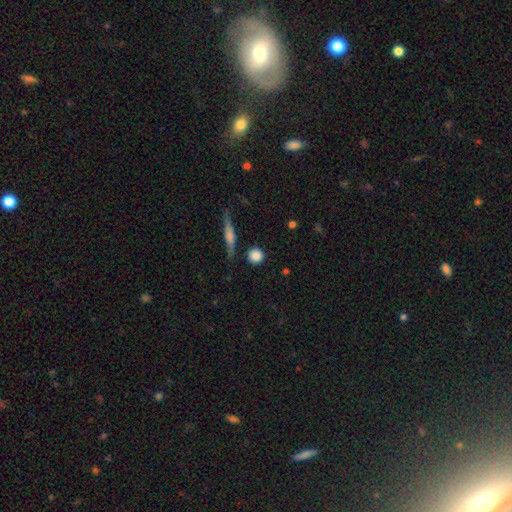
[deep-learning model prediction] A smooth galaxy with no disk features (84%) that is round (91%).

Vote fractions:
- Smooth or featured? smooth: 84% / star or artifact: 9% / featured or disk: 8%
- How rounded? round: 91% / in between: 6% / cigar-shaped: 3%
- Merging? none: 84% / minor disturbance: 9% / merger: 4% / major disturbance: 3%